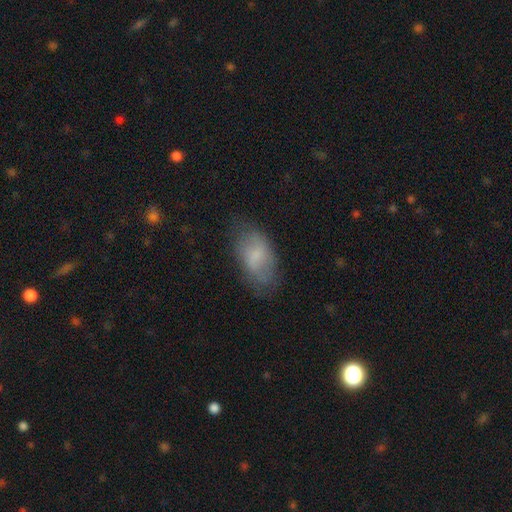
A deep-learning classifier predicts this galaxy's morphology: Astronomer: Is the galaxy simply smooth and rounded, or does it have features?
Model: smooth — 67%.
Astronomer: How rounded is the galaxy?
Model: in between — 92%.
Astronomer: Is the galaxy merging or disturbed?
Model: none — 65%.